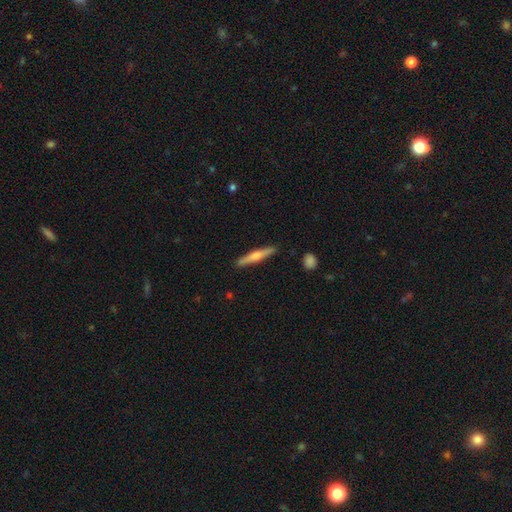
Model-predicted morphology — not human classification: smooth-or-featured: featured or disk: 53% | smooth: 41% | star or artifact: 6%
  disk-edge-on: yes: 97% | no: 3%
    edge-on-bulge: rounded: 81% | none: 10% | boxy: 9%
  merging: none: 89% | minor disturbance: 8% | major disturbance: 2% | merger: 2%